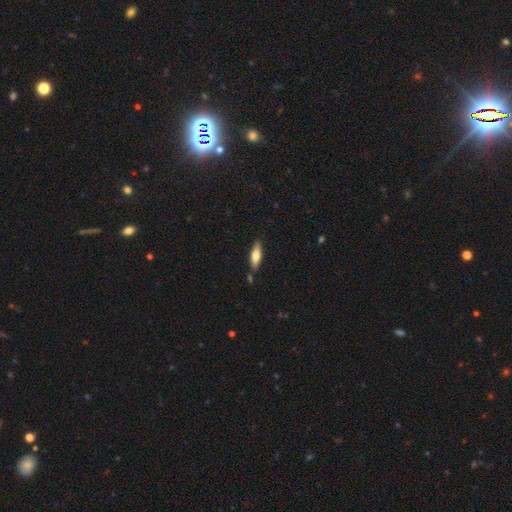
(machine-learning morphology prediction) smooth_or_featured: smooth (p=0.70) [alt: featured or disk p=0.24]
how_rounded: in between (p=0.51) [alt: cigar-shaped p=0.47]
merging: none (p=0.81) [alt: minor disturbance p=0.13]